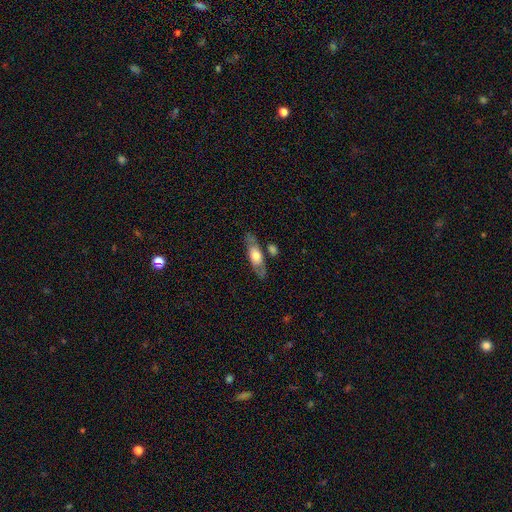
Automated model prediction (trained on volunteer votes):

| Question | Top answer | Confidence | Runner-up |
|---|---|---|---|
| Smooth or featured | smooth | 49% | featured or disk (45%) |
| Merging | none | 74% | minor disturbance (14%) |